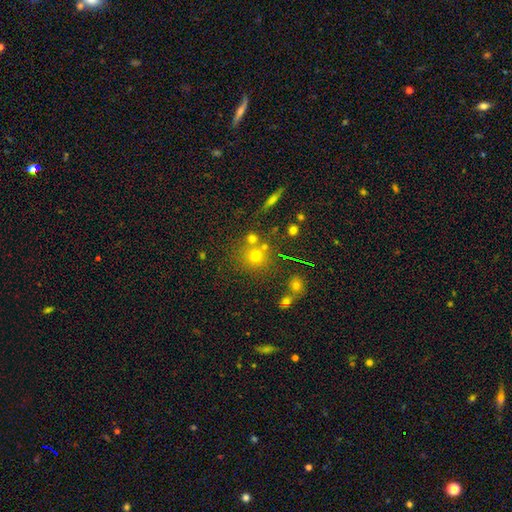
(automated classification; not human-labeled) This is likely a smooth galaxy (66%). How rounded: clearly round (90%). Merging: likely none (69%).